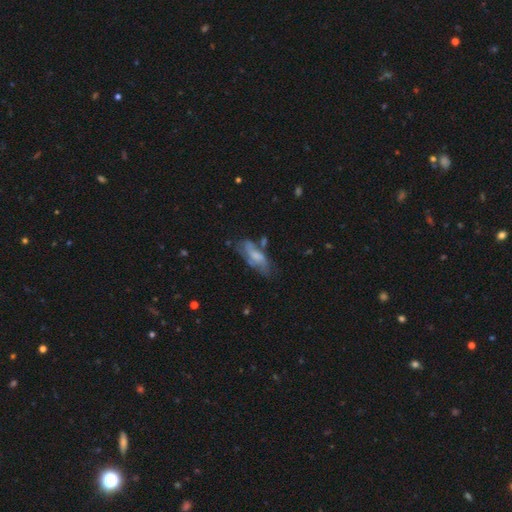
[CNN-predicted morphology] This appears to be a featured or disk galaxy (50%). Merging: none (47%).